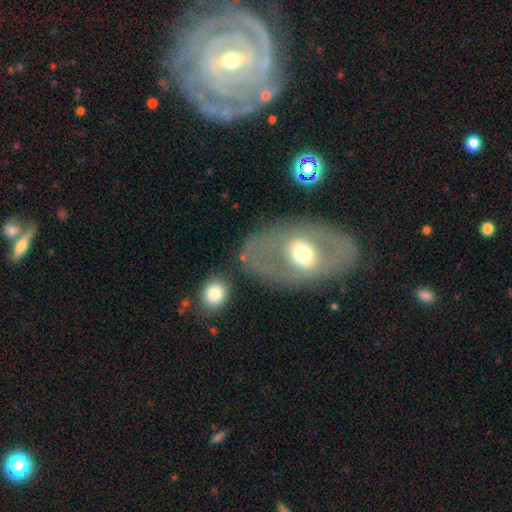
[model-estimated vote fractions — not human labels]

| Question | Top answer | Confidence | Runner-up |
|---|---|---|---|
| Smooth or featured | featured or disk | 54% | smooth (38%) |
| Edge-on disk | no | 88% | yes (12%) |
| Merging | none | 74% | minor disturbance (14%) |